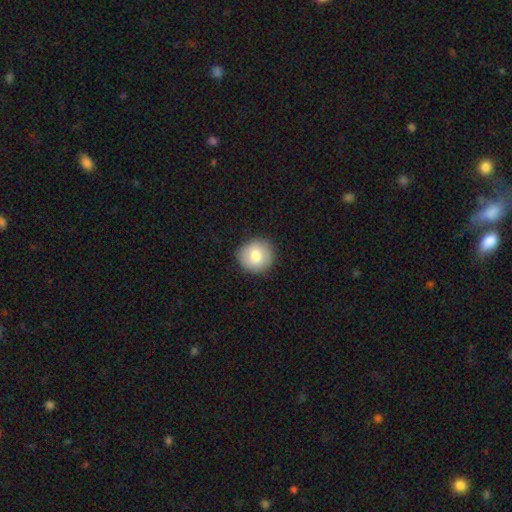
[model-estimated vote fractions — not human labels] smooth 79%, featured or disk 13%, star or artifact 8%. Down the decision tree: how rounded — round (92%); merging — none (89%).